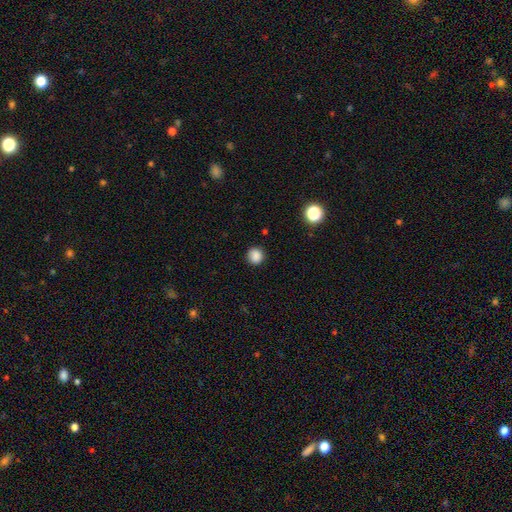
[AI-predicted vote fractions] smooth-or-featured: smooth: 86% | star or artifact: 11% | featured or disk: 3%
  how-rounded: round: 92% | in between: 7% | cigar-shaped: 1%
  merging: none: 89% | minor disturbance: 7% | major disturbance: 2% | merger: 1%